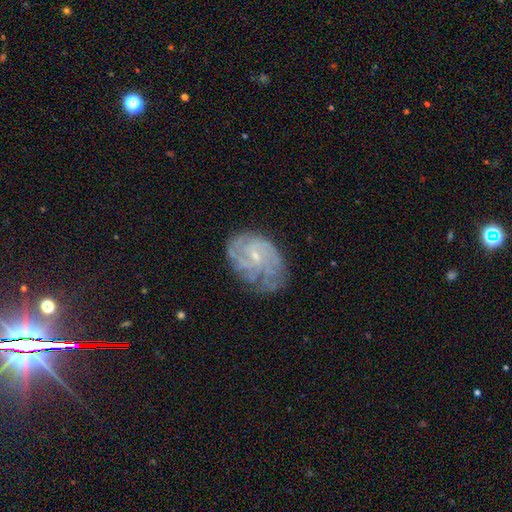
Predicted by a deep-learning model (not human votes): smooth-or-featured: featured or disk: 79% | smooth: 13% | star or artifact: 8%
  disk-edge-on: no: 98% | yes: 2%
    bar: no: 54% | weak: 40% | strong: 6%
    has-spiral-arms: yes: 90% | no: 10%
      spiral-winding: tight: 55% | medium: 34% | loose: 11%
      spiral-arm-count: can't tell: 40% | 3: 17% | 2: 16% | 4: 15% | more than 4: 6% | 1: 6%
    bulge-size: small: 77% | moderate: 16% | none: 6% | large: 1% | dominant: 1%
  merging: none: 62% | minor disturbance: 25% | major disturbance: 11% | merger: 2%